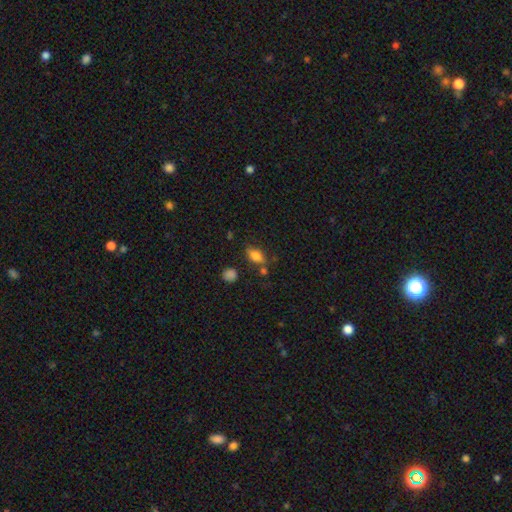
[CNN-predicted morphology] type=smooth (79%); roundness=in between (82%); merging=none (66%).